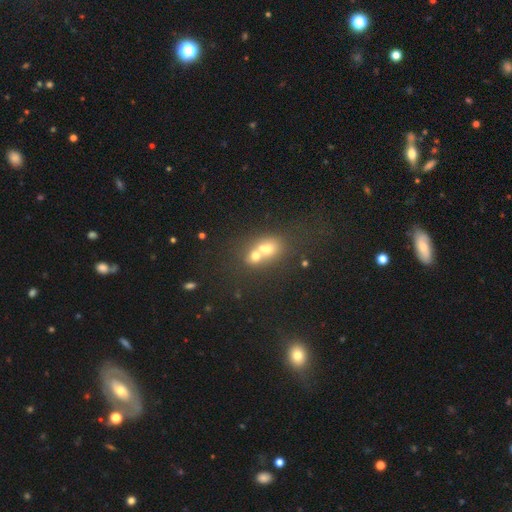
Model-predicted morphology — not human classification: Overall: smooth (59%; featured or disk 26%). How rounded: round (54%; in between 44%). Merging: merger (69%).